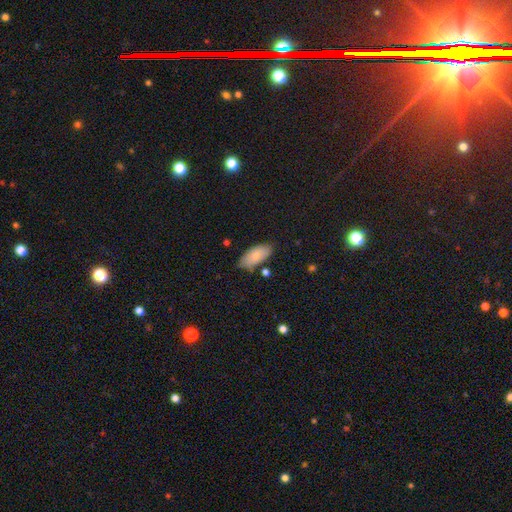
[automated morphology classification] A smooth galaxy with no disk features (83%) that is in between round and cigar-shaped (90%).

Vote fractions:
- Smooth or featured? smooth: 83% / featured or disk: 11% / star or artifact: 7%
- How rounded? in between: 90% / cigar-shaped: 8% / round: 2%
- Merging? none: 73% / minor disturbance: 19% / merger: 4% / major disturbance: 4%